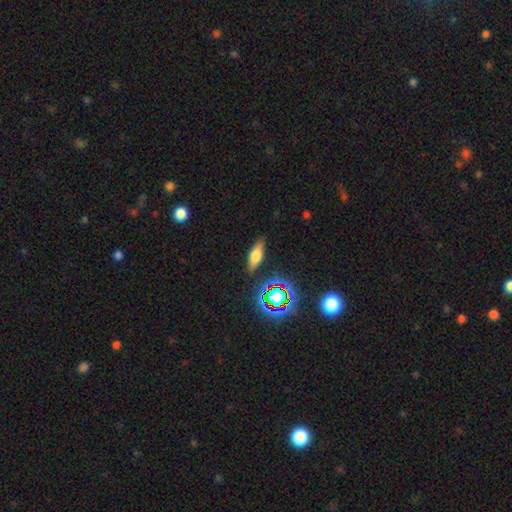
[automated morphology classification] This appears to be a smooth galaxy with no disk features (57%) that is in between round and cigar-shaped (58%). Merging: none (85%).